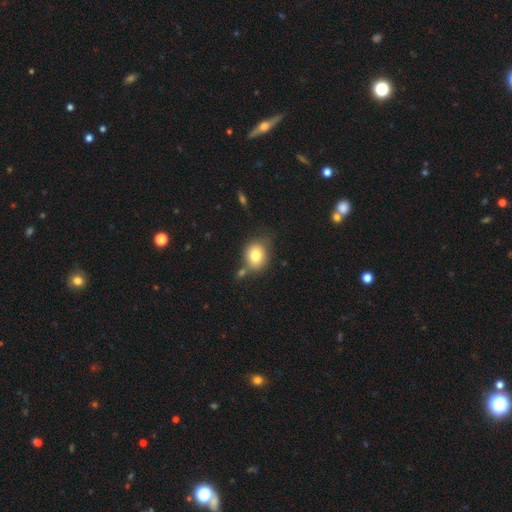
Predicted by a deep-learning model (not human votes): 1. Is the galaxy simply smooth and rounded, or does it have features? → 78% smooth, 12% featured or disk, 10% star or artifact.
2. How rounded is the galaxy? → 58% round, 41% in between, 1% cigar-shaped.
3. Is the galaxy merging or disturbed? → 61% none, 19% minor disturbance, 14% merger, 6% major disturbance.